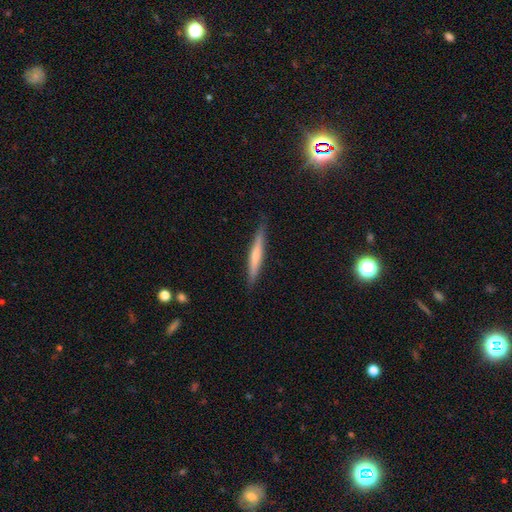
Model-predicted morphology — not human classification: Smooth or featured: smooth — 55% (featured or disk — 39%)
How rounded: cigar-shaped — 95% (in between — 4%)
Merging: none — 88% (minor disturbance — 9%)